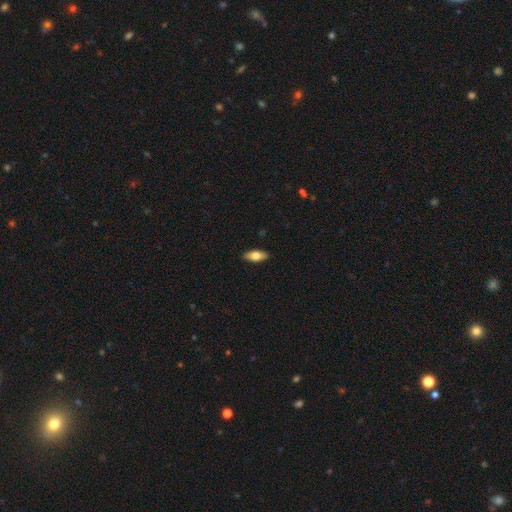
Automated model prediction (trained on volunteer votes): smooth-or-featured: smooth: 73% | featured or disk: 21% | star or artifact: 6%
  how-rounded: in between: 81% | cigar-shaped: 17% | round: 3%
  merging: none: 90% | minor disturbance: 8% | major disturbance: 2% | merger: 1%